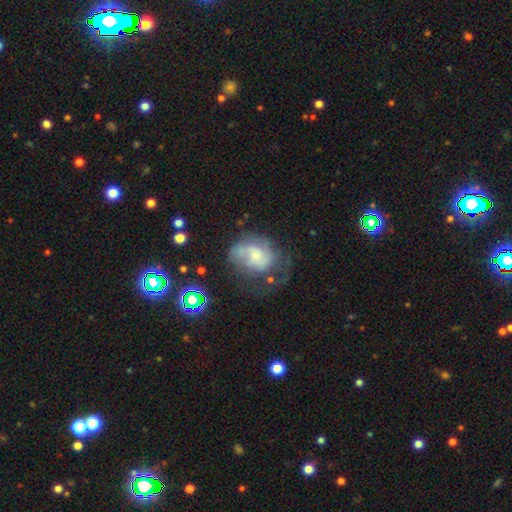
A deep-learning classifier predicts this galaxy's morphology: Q: Smooth or featured?
A: featured or disk (63%); runner-up: smooth (26%)
Q: Edge-on disk?
A: no (97%); runner-up: yes (3%)
Q: Bar?
A: no (71%); runner-up: weak (25%)
Q: Spiral arms?
A: yes (78%); runner-up: no (22%)
Q: Bulge size?
A: small (58%); runner-up: moderate (30%)
Q: Merging?
A: major disturbance (36%); runner-up: none (35%)